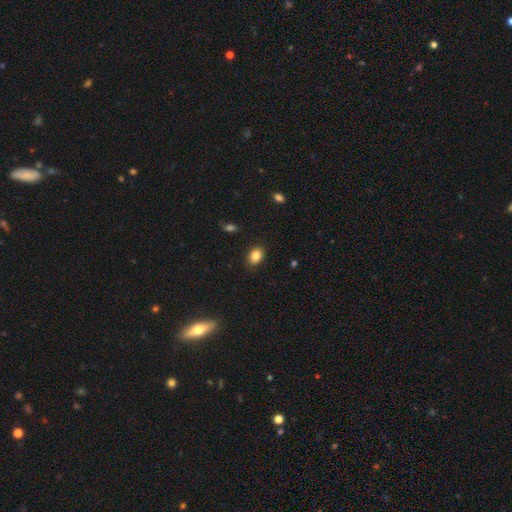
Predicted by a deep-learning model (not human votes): smooth-or-featured: smooth: 85% | star or artifact: 9% | featured or disk: 6%
  how-rounded: in between: 79% | round: 20% | cigar-shaped: 1%
  merging: none: 88% | minor disturbance: 9% | major disturbance: 2% | merger: 1%